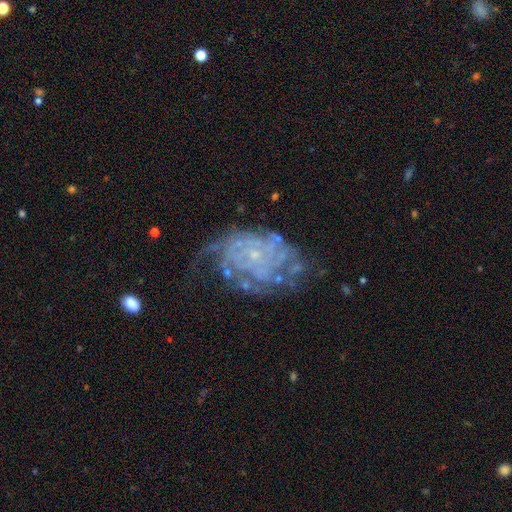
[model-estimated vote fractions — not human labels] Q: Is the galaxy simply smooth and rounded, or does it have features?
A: featured or disk — 80%.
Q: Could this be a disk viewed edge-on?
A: no — 97%.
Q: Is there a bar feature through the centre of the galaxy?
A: no — 82%.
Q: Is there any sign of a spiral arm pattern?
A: yes — 85%.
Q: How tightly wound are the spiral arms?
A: tight — 67%.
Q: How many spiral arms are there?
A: can't tell — 48%.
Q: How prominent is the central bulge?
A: small — 82%.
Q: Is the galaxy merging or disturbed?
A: none — 48%.